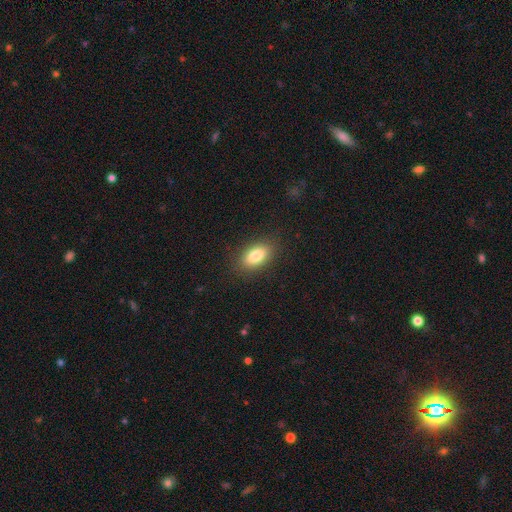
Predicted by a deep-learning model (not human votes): Smooth or featured?
  - smooth: 84% *
  - featured or disk: 9%
  - star or artifact: 8%
How rounded?
  - in between: 90% *
  - round: 6%
  - cigar-shaped: 4%
Merging?
  - none: 87% *
  - minor disturbance: 9%
  - major disturbance: 3%
  - merger: 1%